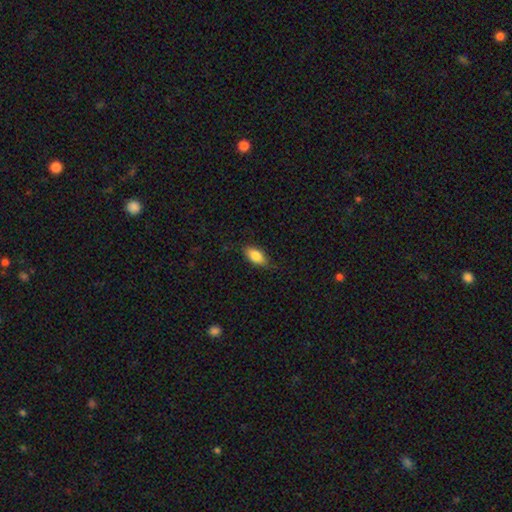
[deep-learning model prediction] smooth-or-featured: smooth: 83% | featured or disk: 10% | star or artifact: 7%
  how-rounded: in between: 89% | cigar-shaped: 7% | round: 4%
  merging: none: 78% | minor disturbance: 18% | major disturbance: 3% | merger: 1%